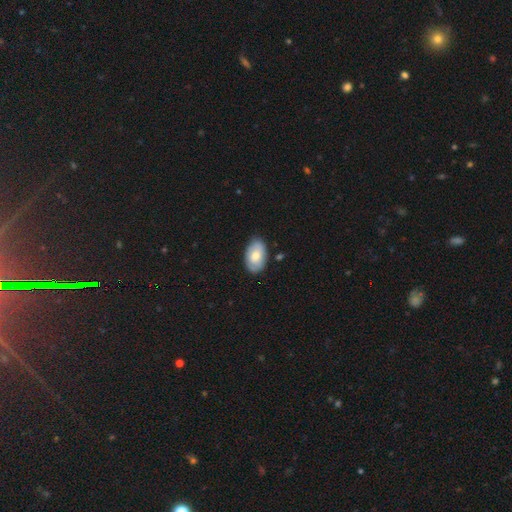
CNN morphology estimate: Smooth or featured? smooth (64%)
How rounded? in between (92%)
Merging? none (81%)